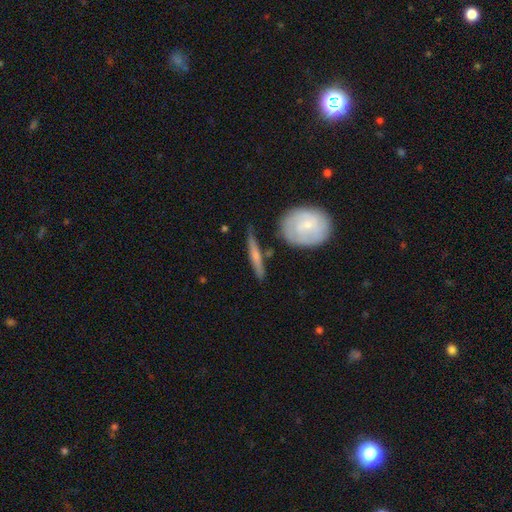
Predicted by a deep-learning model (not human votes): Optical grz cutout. It shows a featured or disk galaxy (49%). Merging: none (77%).